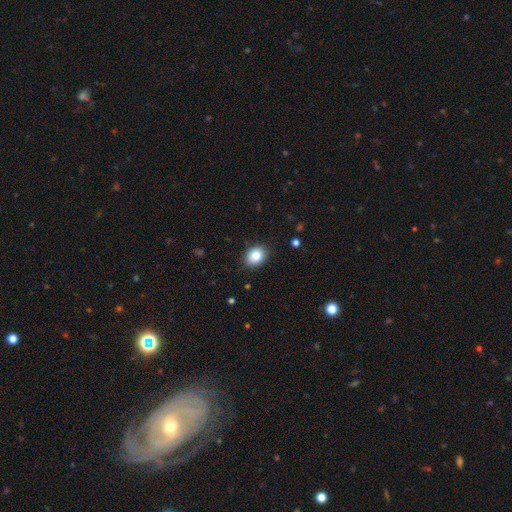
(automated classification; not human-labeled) Smooth or featured? Predicted: smooth (p=0.85). How rounded? Predicted: in between (p=0.54). Merging? Predicted: none (p=0.88).